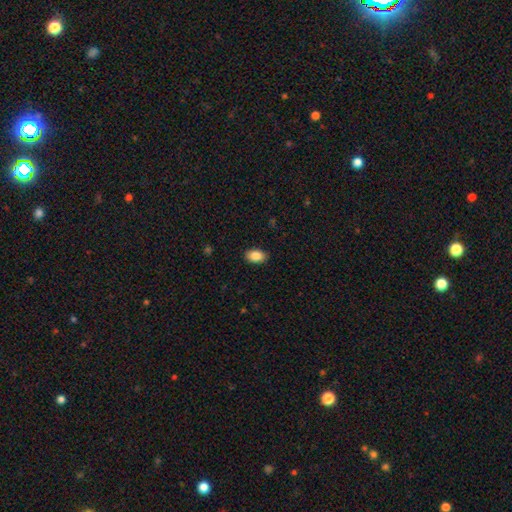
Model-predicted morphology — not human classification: This is clearly a smooth galaxy (88%). How rounded: clearly in between (87%). Merging: clearly none (88%).